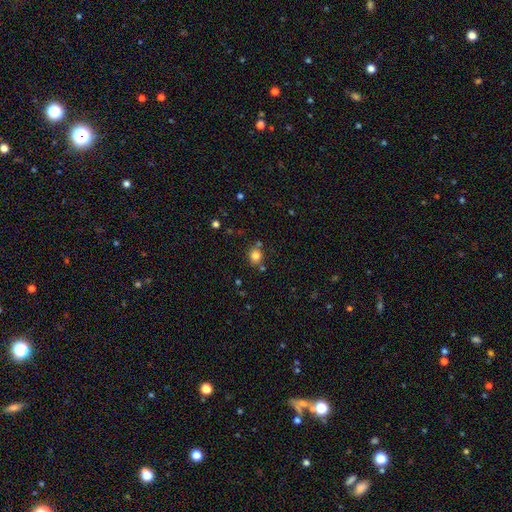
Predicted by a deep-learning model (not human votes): This appears to be a smooth galaxy with no disk features (80%) that is round (77%). Merging: none (76%).